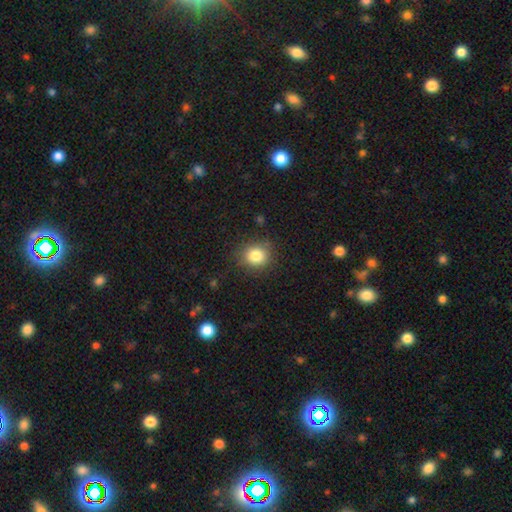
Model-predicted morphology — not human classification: type=smooth (83%); roundness=round (79%); merging=none (85%).